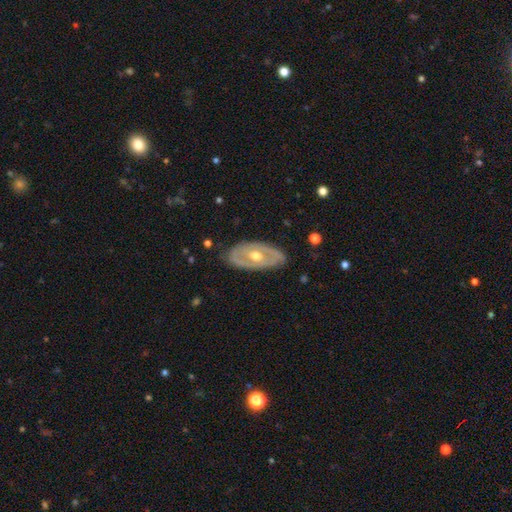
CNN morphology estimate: featured or disk 73%, smooth 22%, star or artifact 5%. Down the decision tree: edge-on disk — no (87%); bar — no (72%); spiral arms — no (63%); bulge size — moderate (75%); merging — none (82%).